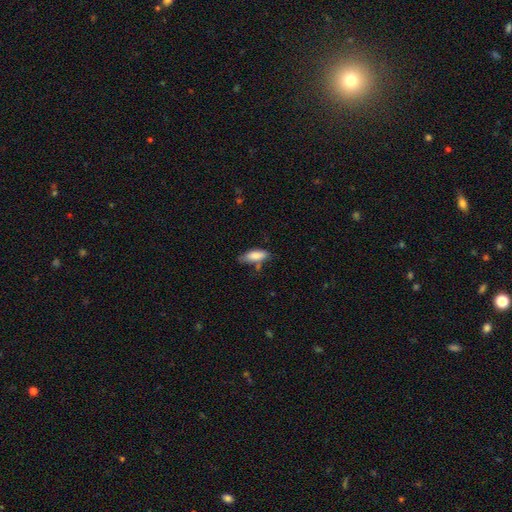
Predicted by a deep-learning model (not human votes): Smooth or featured? Predicted: smooth (p=0.81). How rounded? Predicted: in between (p=0.68). Merging? Predicted: none (p=0.58).